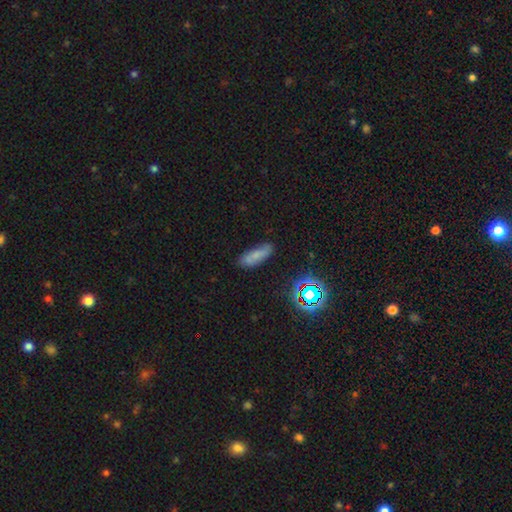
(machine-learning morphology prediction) Smooth or featured: smooth — 67% (featured or disk — 18%)
How rounded: in between — 57% (cigar-shaped — 40%)
Merging: none — 68% (minor disturbance — 22%)